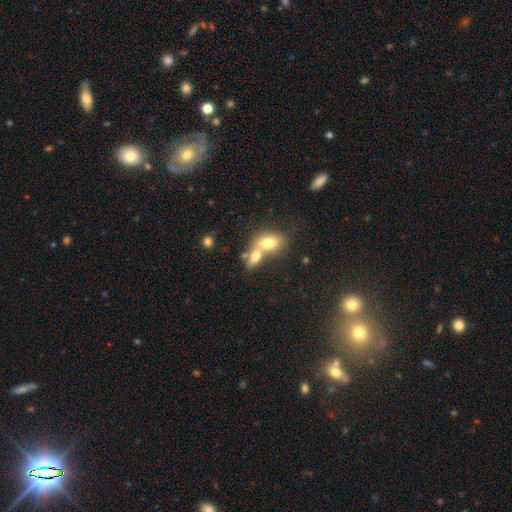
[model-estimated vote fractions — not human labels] A smooth galaxy with no disk features (74%) that is in between round and cigar-shaped (82%). Merging: merger (72%).